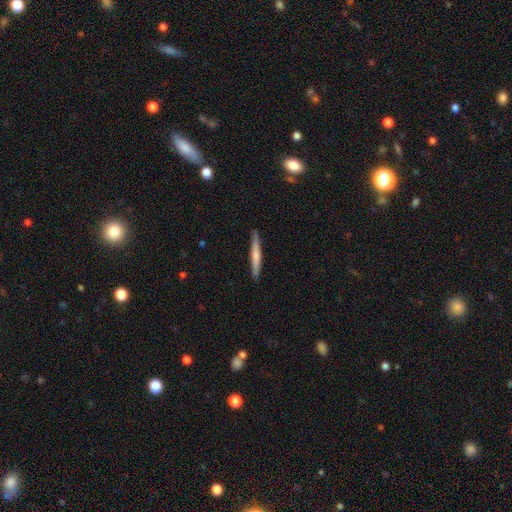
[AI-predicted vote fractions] A smooth galaxy with no disk features (56%) that is cigar-shaped (96%). Merging: none (90%).